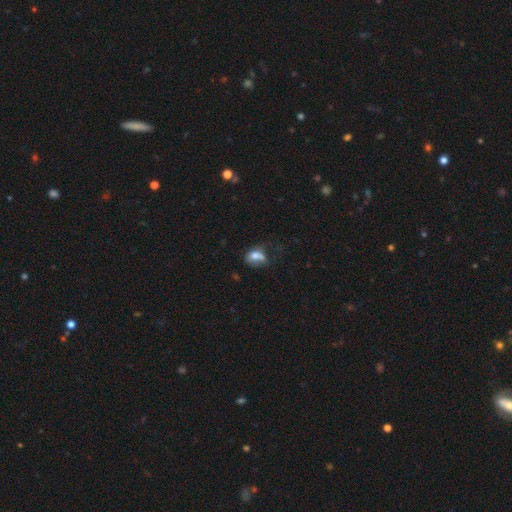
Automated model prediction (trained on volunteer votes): Smooth or featured: smooth — 67% (featured or disk — 21%)
How rounded: in between — 70% (round — 28%)
Merging: none — 31% (minor disturbance — 26%)